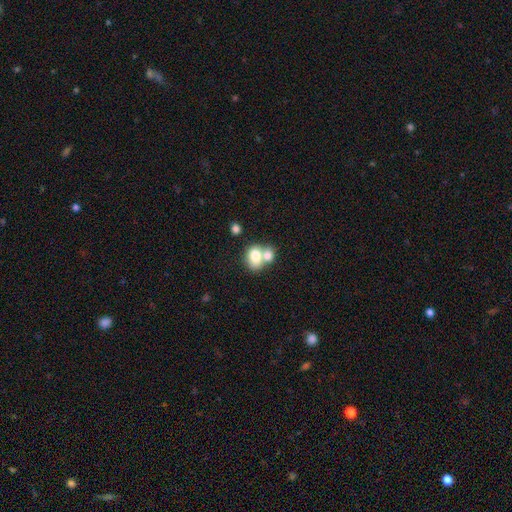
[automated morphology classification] The model was most divided on "how rounded": in between: 57%, round: 42%, cigar-shaped: 1%. More confident: smooth or featured — smooth (76%); merging — merger (62%).